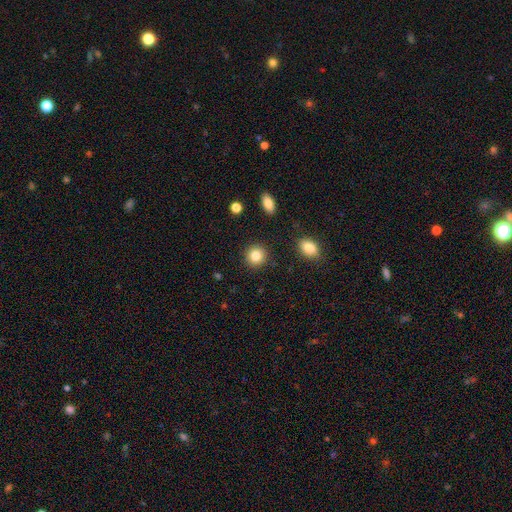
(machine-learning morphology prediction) Smooth or featured: smooth — 85% (star or artifact — 9%)
How rounded: round — 91% (in between — 9%)
Merging: none — 90% (minor disturbance — 6%)